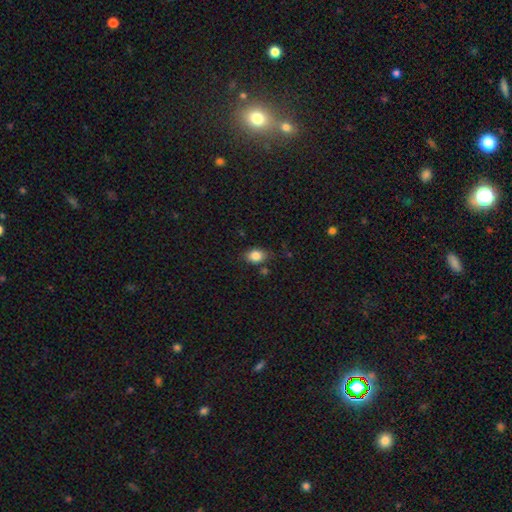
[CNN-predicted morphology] smooth-or-featured: smooth: 85% | star or artifact: 9% | featured or disk: 6%
  how-rounded: in between: 71% | round: 28% | cigar-shaped: 1%
  merging: none: 75% | minor disturbance: 17% | major disturbance: 4% | merger: 4%